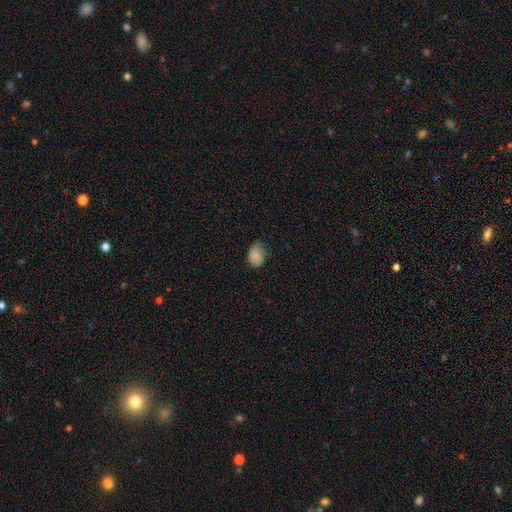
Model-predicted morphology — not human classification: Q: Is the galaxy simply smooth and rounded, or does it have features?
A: smooth — 84%.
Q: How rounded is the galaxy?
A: in between — 79%.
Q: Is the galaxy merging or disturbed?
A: none — 51%.